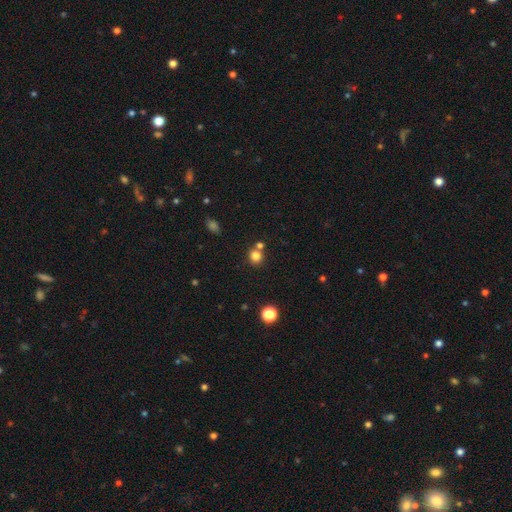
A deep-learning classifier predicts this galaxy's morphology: Smooth or featured: smooth — 80% (star or artifact — 14%)
How rounded: round — 87% (in between — 12%)
Merging: none — 67% (merger — 22%)